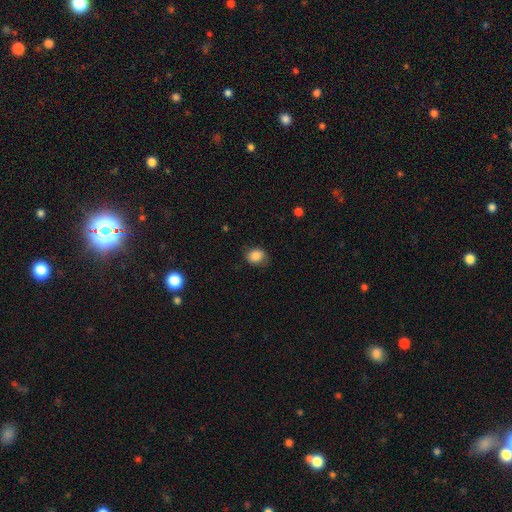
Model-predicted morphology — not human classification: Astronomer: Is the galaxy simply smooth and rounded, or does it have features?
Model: smooth — 85%.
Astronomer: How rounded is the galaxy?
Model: round — 55% (runner-up: in between, 44%).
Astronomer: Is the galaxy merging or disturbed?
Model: none — 73%.